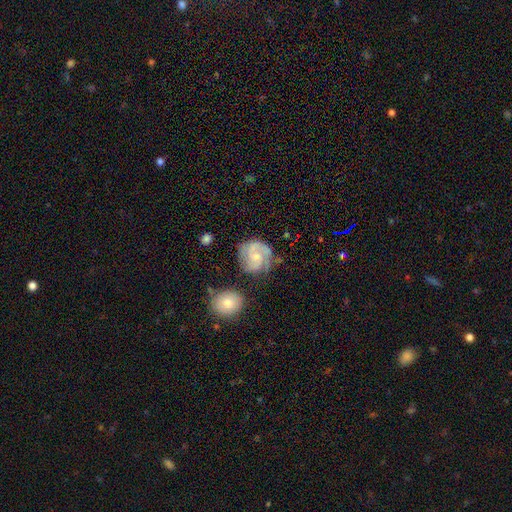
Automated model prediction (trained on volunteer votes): Smooth or featured: featured or disk — 80% (smooth — 14%)
Edge-on disk: no — 98% (yes — 2%)
Bar: no — 64% (weak — 31%)
Spiral arms: yes — 96% (no — 4%)
Spiral winding: medium — 44% (tied with tight — 44%)
Spiral arm count: 2 — 49% (3 — 26%)
Bulge size: small — 63% (moderate — 29%)
Merging: none — 64% (minor disturbance — 21%)